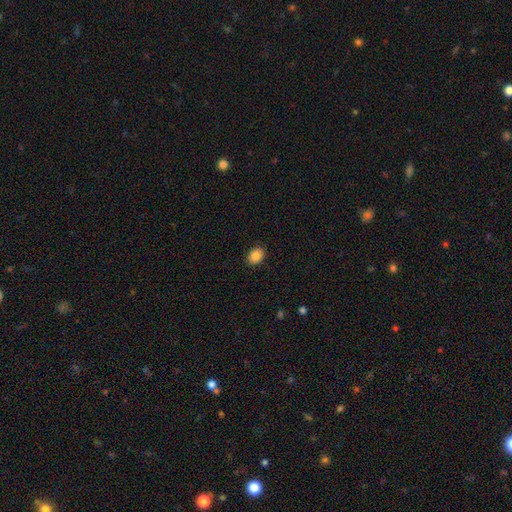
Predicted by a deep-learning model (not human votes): smooth 87%, star or artifact 8%, featured or disk 5%. Down the decision tree: how rounded — in between (70%); merging — none (89%).